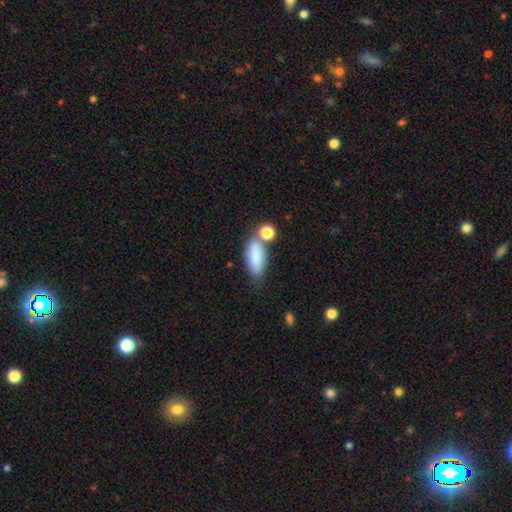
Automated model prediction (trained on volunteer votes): This appears to be a smooth galaxy with no disk features (83%) that is in between round and cigar-shaped (76%). Merging: none (58%).